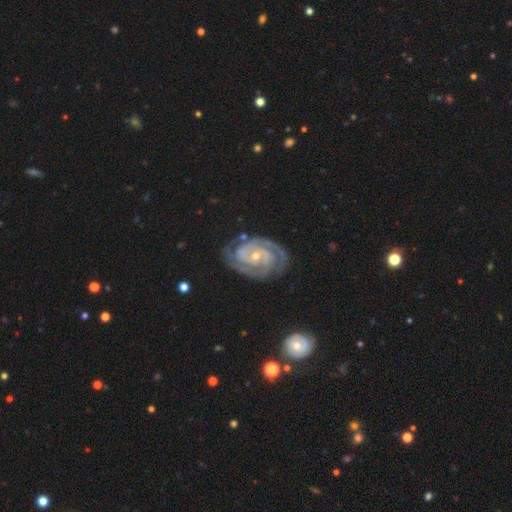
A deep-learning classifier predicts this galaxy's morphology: Smooth or featured: featured or disk — 92% (star or artifact — 4%)
Edge-on disk: no — 97% (yes — 3%)
Bar: no — 55% (weak — 30%)
Spiral arms: yes — 98% (no — 2%)
Spiral winding: tight — 75% (medium — 22%)
Spiral arm count: 2 — 66% (3 — 16%)
Bulge size: small — 69% (moderate — 28%)
Merging: none — 76% (minor disturbance — 16%)